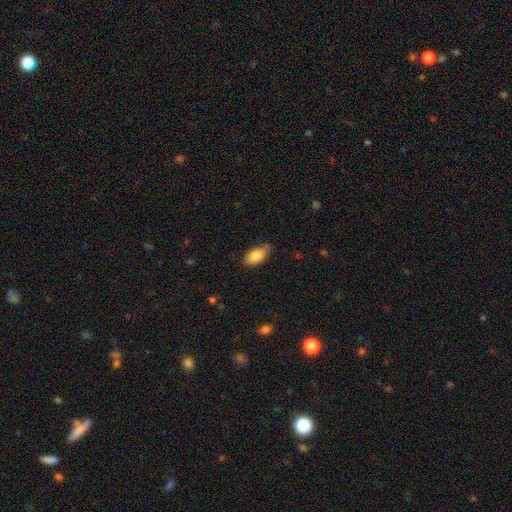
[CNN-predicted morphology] Smooth or featured? Predicted: smooth (p=0.82). How rounded? Predicted: in between (p=0.93). Merging? Predicted: none (p=0.73).